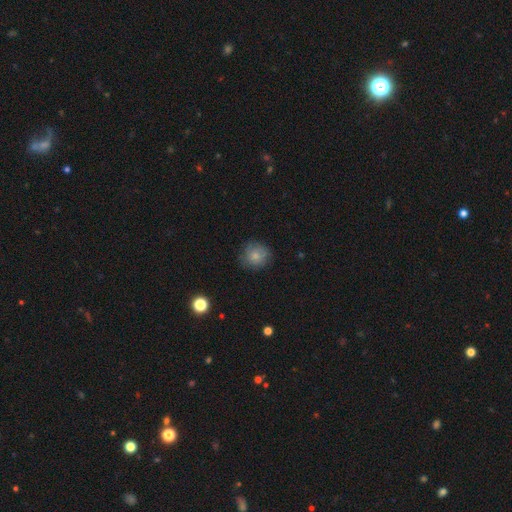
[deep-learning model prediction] Smooth or featured? Predicted: smooth (p=0.78). How rounded? Predicted: round (p=0.87). Merging? Predicted: none (p=0.77).